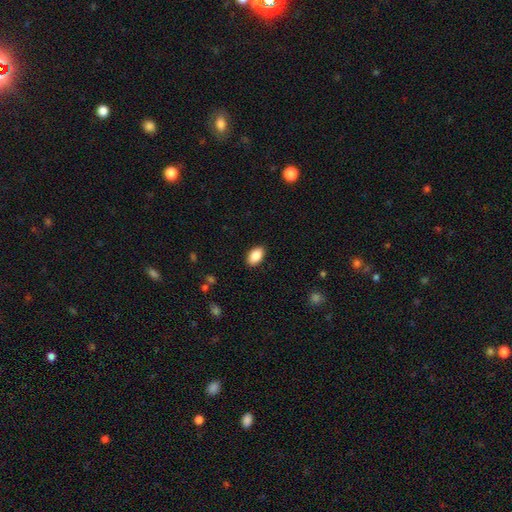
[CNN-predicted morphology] Smooth or featured? smooth (89%)
How rounded? in between (93%)
Merging? none (88%)